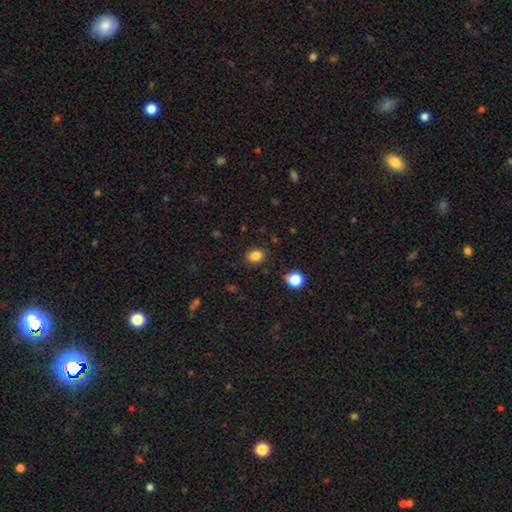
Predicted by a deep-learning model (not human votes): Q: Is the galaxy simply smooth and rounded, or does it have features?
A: smooth — 84%.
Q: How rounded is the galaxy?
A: round — 58%.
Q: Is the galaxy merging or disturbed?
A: none — 87%.